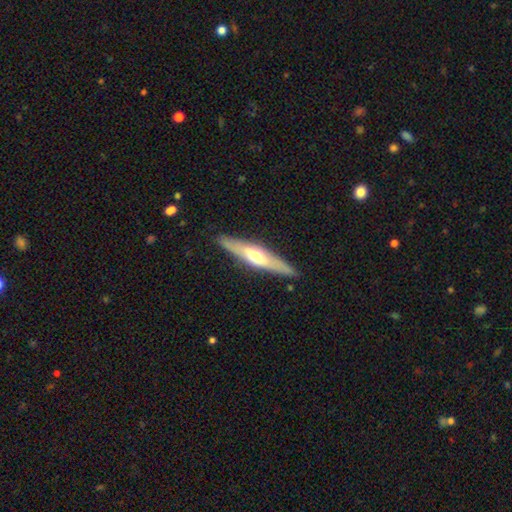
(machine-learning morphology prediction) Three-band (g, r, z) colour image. It shows a featured or disk galaxy (60%) viewed edge-on (86%) with a rounded central bulge (87%). Merging: none (88%).